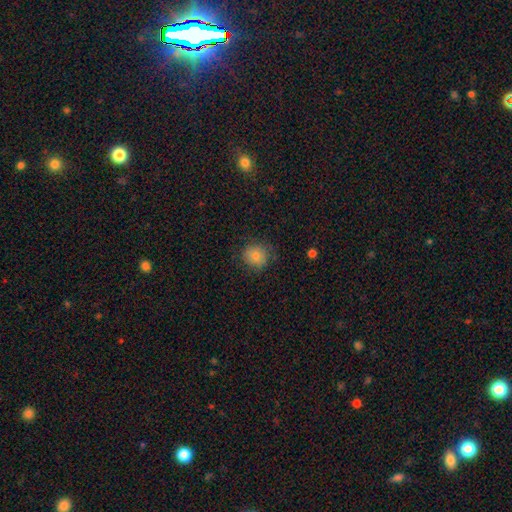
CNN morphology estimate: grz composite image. It shows a smooth galaxy with no disk features (79%) that is round (86%). Merging: none (79%).